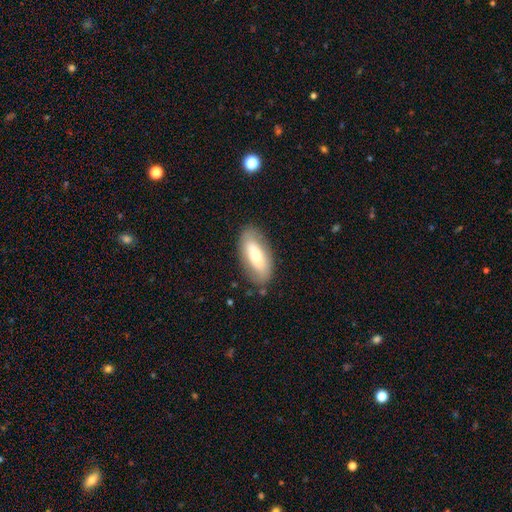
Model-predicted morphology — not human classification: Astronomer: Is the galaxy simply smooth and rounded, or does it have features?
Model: smooth — 61%.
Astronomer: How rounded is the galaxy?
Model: in between — 85%.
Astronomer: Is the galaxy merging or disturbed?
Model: none — 80%.